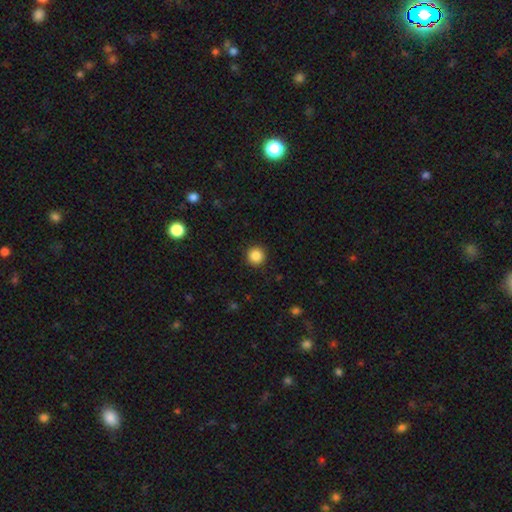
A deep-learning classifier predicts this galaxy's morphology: Q: Smooth or featured?
A: smooth (87%); runner-up: star or artifact (10%)
Q: How rounded?
A: round (96%); runner-up: in between (3%)
Q: Merging?
A: none (93%); runner-up: minor disturbance (5%)